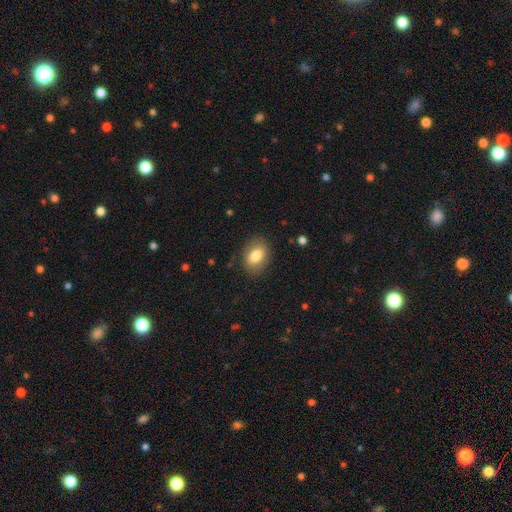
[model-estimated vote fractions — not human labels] Smooth or featured? smooth (81%)
How rounded? in between (78%)
Merging? none (84%)